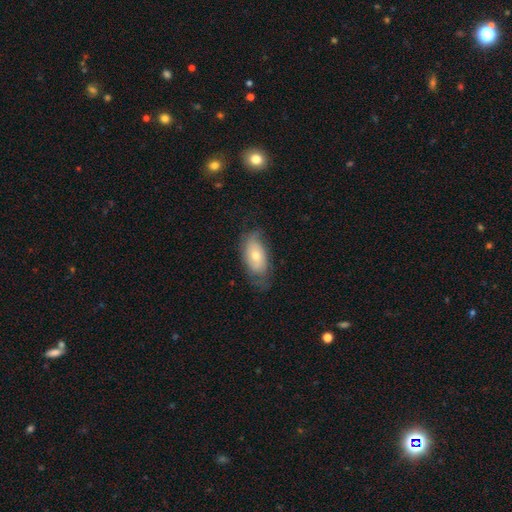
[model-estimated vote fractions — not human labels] A smooth galaxy with no disk features (56%) that is in between round and cigar-shaped (90%). Merging: none (59%).